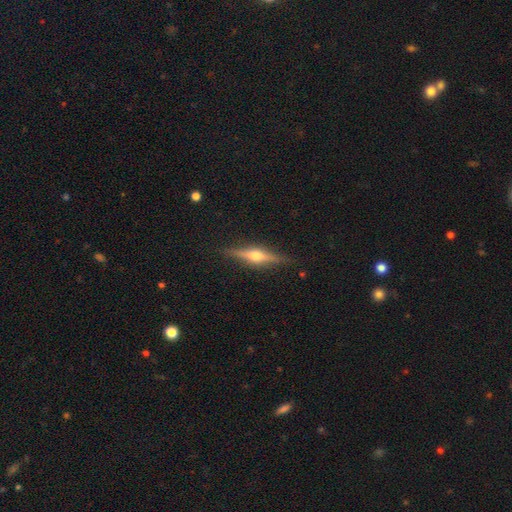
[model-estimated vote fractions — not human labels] smooth_or_featured: featured or disk (p=0.73) [alt: smooth p=0.21]
disk_edge_on: yes (p=0.97) [alt: no p=0.03]
edge_on_bulge: rounded (p=0.93) [alt: boxy p=0.04]
merging: none (p=0.89) [alt: minor disturbance p=0.08]